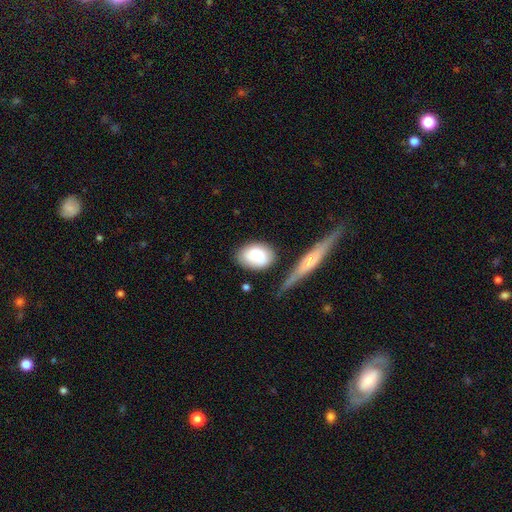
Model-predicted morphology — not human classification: Smooth or featured? smooth (78%)
How rounded? in between (73%)
Merging? none (66%)